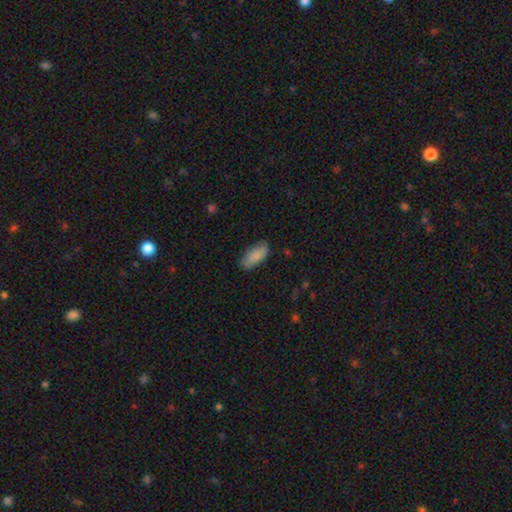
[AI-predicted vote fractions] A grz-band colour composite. It shows a smooth galaxy with no disk features (87%) that is in between round and cigar-shaped (84%). Merging: none (83%).